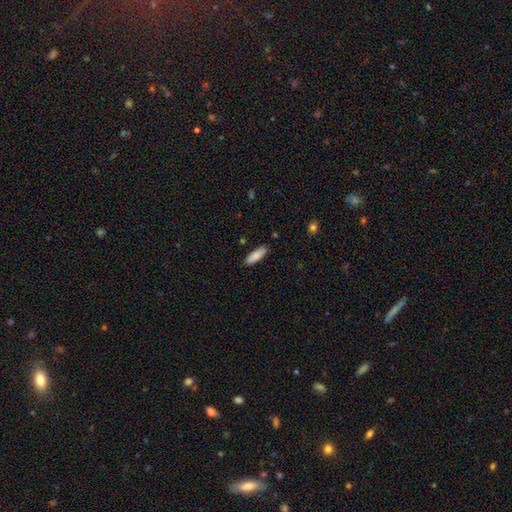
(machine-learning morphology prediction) type=smooth (85%); roundness=in between (50%); merging=none (87%).